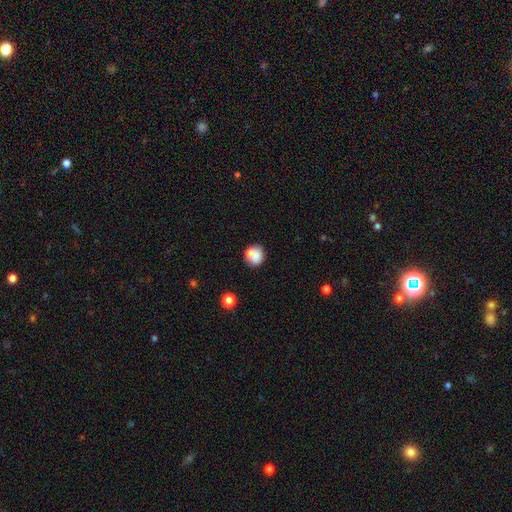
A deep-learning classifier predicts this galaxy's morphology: This is likely a smooth galaxy (74%). How rounded: likely round (76%). Merging: possibly none (52%).